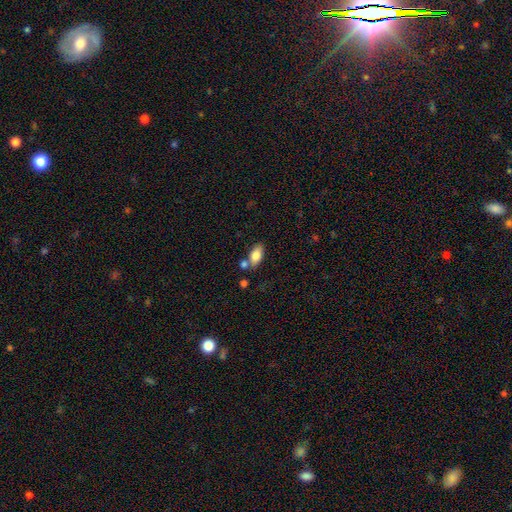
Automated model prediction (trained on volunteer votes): A smooth galaxy with no disk features (82%) that is in between round and cigar-shaped (90%).

Vote fractions:
- Smooth or featured? smooth: 82% / featured or disk: 11% / star or artifact: 7%
- How rounded? in between: 90% / cigar-shaped: 6% / round: 5%
- Merging? none: 64% / merger: 18% / minor disturbance: 14% / major disturbance: 4%